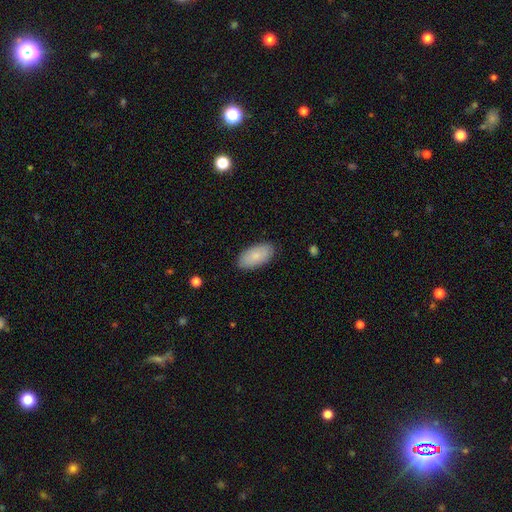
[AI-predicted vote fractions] smooth 83%, featured or disk 11%, star or artifact 6%. Down the decision tree: how rounded — in between (94%); merging — none (87%).